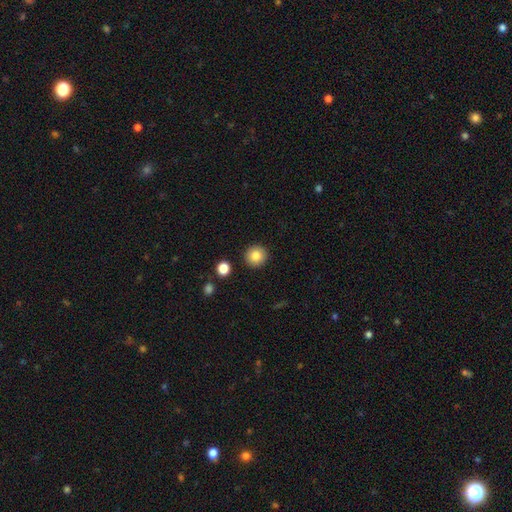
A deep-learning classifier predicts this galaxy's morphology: smooth_or_featured: smooth (p=0.85) [alt: star or artifact p=0.09]
how_rounded: round (p=0.94) [alt: in between p=0.06]
merging: none (p=0.92) [alt: minor disturbance p=0.05]